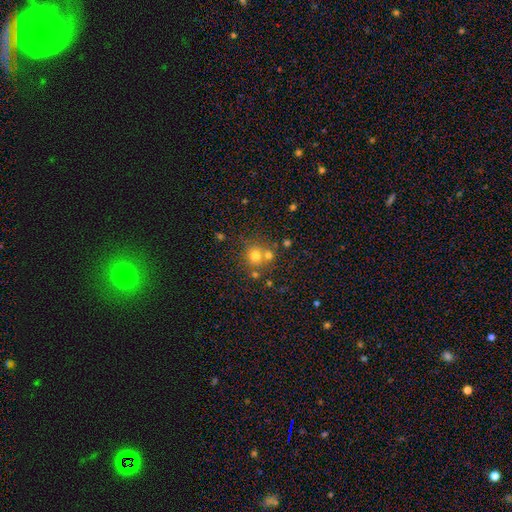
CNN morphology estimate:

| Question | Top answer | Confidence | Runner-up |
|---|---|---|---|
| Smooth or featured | smooth | 71% | star or artifact (17%) |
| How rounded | round | 88% | in between (11%) |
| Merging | none | 60% | merger (28%) |